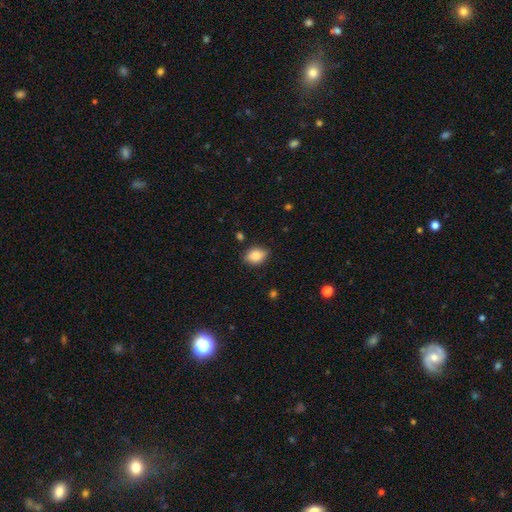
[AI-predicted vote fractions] A smooth galaxy with no disk features (85%) that is in between round and cigar-shaped (74%).

Vote fractions:
- Smooth or featured? smooth: 85% / star or artifact: 8% / featured or disk: 7%
- How rounded? in between: 74% / round: 24% / cigar-shaped: 1%
- Merging? none: 81% / minor disturbance: 15% / major disturbance: 3% / merger: 2%